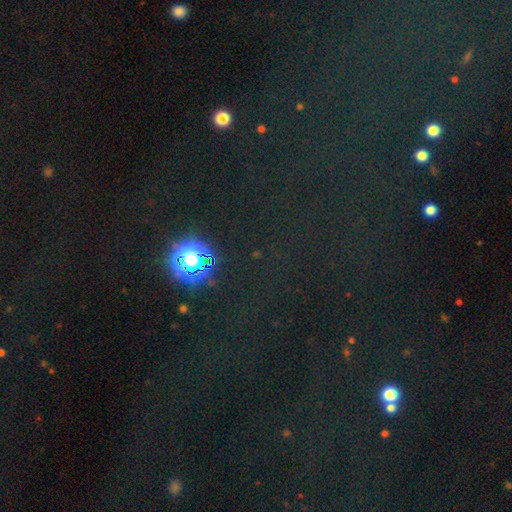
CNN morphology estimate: Smooth or featured? Predicted: star or artifact (p=0.71).